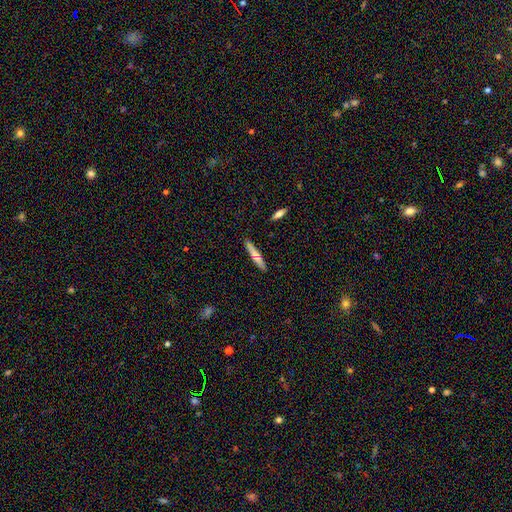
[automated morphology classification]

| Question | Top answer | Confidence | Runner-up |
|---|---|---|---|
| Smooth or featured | smooth | 67% | featured or disk (27%) |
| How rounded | cigar-shaped | 93% | in between (6%) |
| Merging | none | 89% | minor disturbance (8%) |